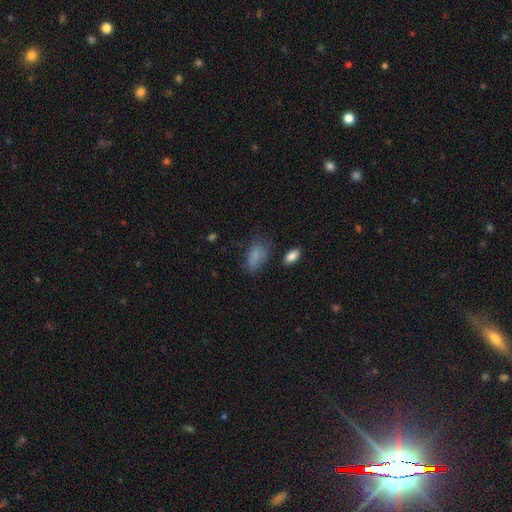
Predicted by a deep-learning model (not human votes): Smooth or featured? Predicted: smooth (p=0.80). How rounded? Predicted: in between (p=0.90). Merging? Predicted: none (p=0.56).